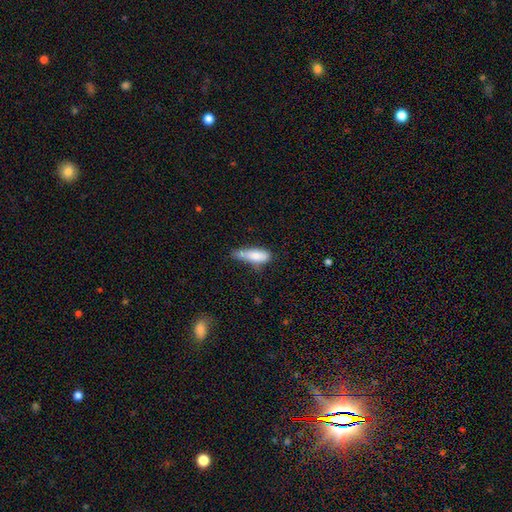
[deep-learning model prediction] smooth_or_featured: smooth (p=0.78) [alt: featured or disk p=0.15]
how_rounded: in between (p=0.51) [alt: cigar-shaped p=0.47]
merging: minor disturbance (p=0.40) [alt: none p=0.34]